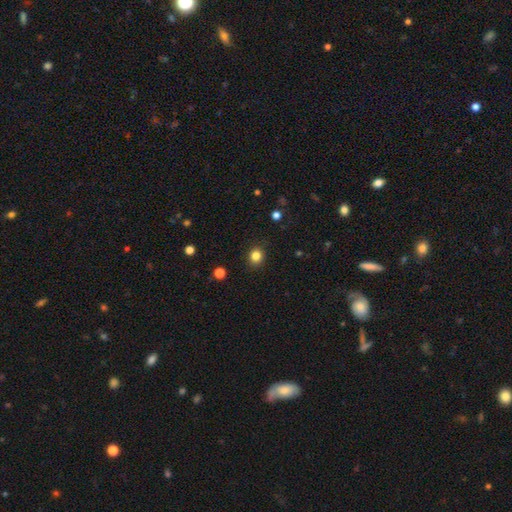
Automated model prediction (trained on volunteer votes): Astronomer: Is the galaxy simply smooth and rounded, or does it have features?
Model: smooth — 83%.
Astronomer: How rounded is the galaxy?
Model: round — 79%.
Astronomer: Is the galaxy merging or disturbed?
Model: none — 90%.